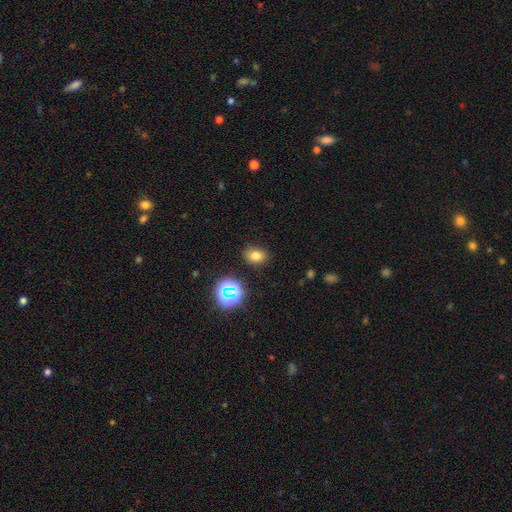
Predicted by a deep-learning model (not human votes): Smooth or featured: smooth — 75% (star or artifact — 18%)
How rounded: in between — 64% (round — 35%)
Merging: none — 85% (minor disturbance — 10%)